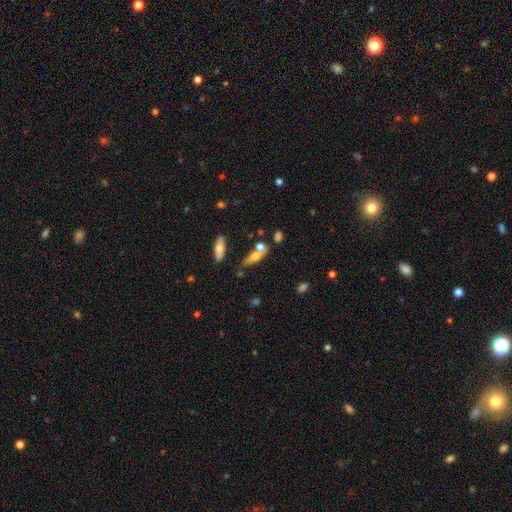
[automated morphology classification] Overall: smooth (59%; featured or disk 31%). How rounded: in between (54%; cigar-shaped 37%). Merging: none (42%; merger 38%).